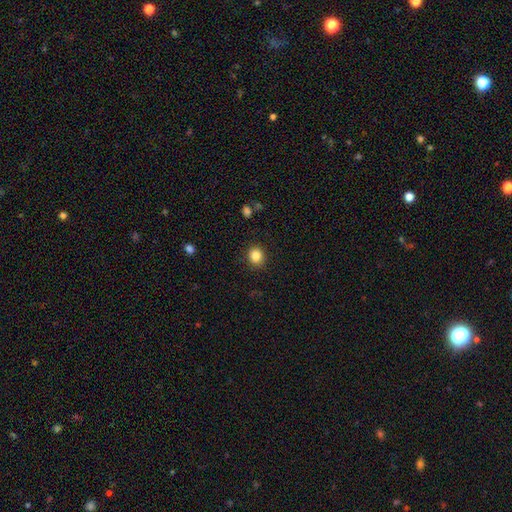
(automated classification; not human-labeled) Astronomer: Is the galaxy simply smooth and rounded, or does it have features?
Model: smooth — 84%.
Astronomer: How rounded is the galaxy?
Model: round — 79%.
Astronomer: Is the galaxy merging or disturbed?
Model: none — 90%.